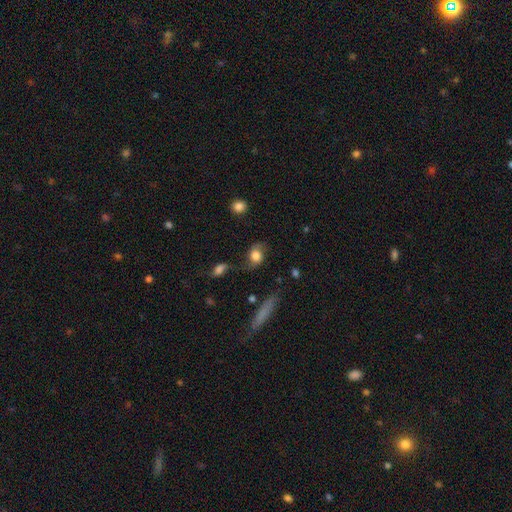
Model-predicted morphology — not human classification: smooth 59%, featured or disk 32%, star or artifact 9%. Down the decision tree: how rounded — in between (54%); merging — none (56%).